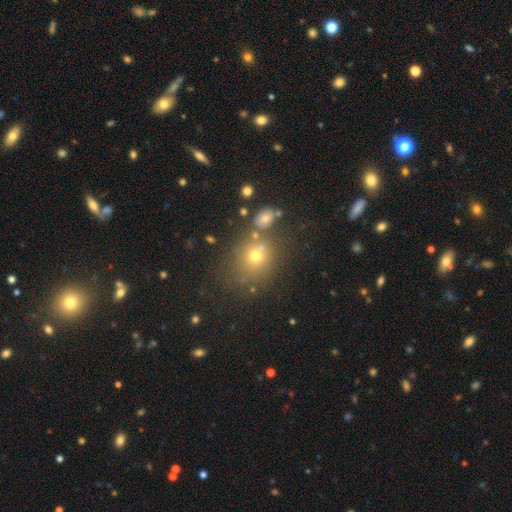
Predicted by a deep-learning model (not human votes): Overall: smooth (65%). How rounded: round (80%). Merging: none (64%).